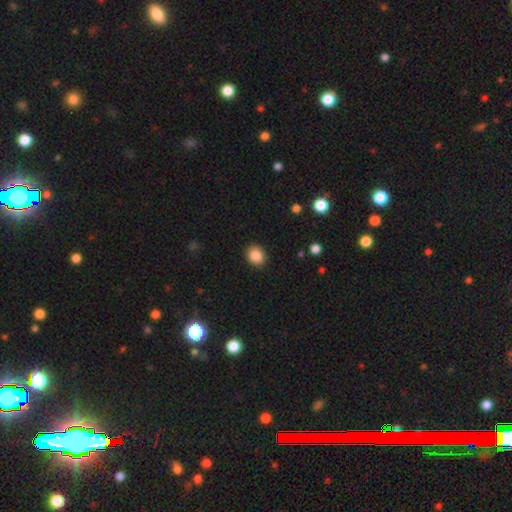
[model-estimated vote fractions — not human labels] This is clearly a smooth galaxy (87%). How rounded: likely round (62%). Merging: clearly none (90%).